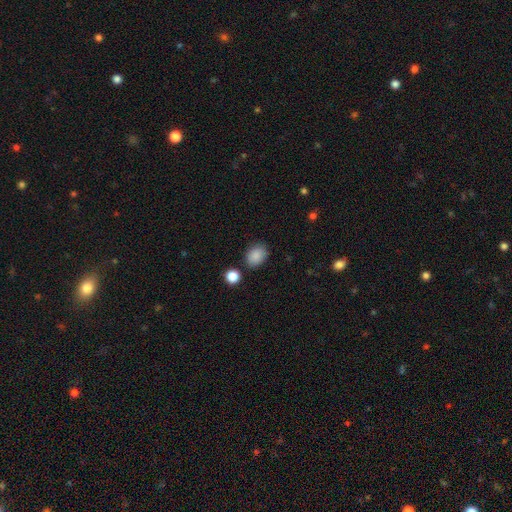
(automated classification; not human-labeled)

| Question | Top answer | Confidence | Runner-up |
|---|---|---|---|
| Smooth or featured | smooth | 87% | star or artifact (9%) |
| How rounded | in between | 66% | round (33%) |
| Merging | none | 81% | minor disturbance (12%) |